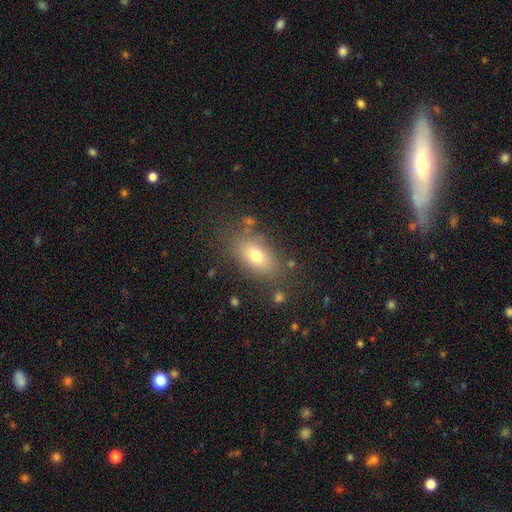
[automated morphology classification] Smooth or featured? Predicted: smooth (p=0.73). How rounded? Predicted: in between (p=0.85). Merging? Predicted: none (p=0.77).